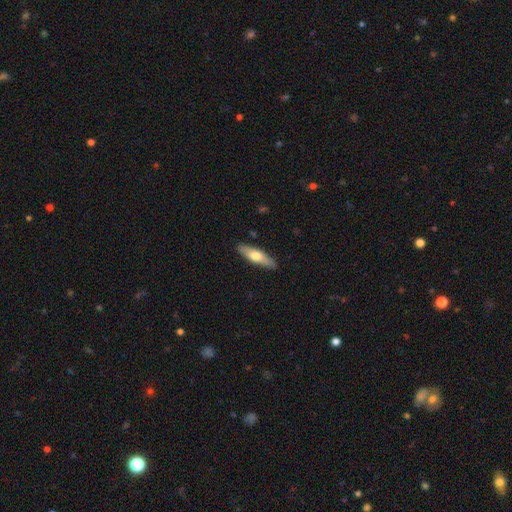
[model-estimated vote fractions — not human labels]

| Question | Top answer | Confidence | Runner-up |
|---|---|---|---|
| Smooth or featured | smooth | 58% | featured or disk (36%) |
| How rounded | cigar-shaped | 63% | in between (35%) |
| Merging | none | 89% | minor disturbance (8%) |